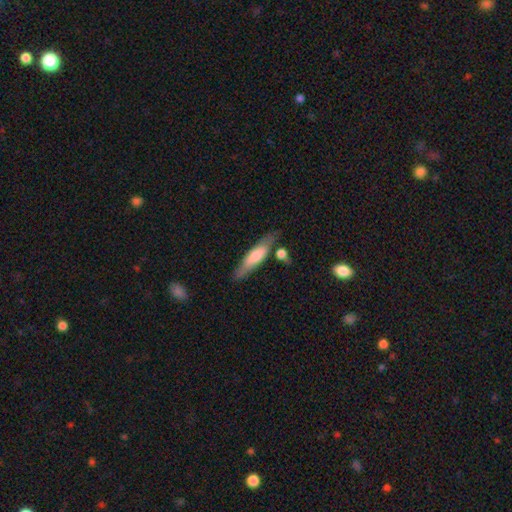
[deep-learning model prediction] Morphology: type=smooth (59%); roundness=cigar-shaped (69%); merging=none (66%).